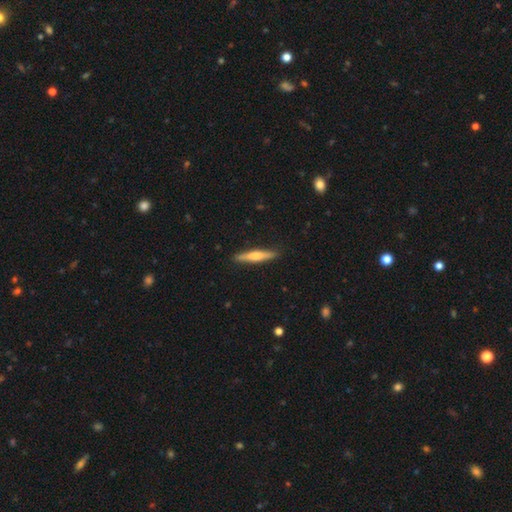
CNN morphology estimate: Smooth or featured? Predicted: featured or disk (p=0.50). Merging? Predicted: none (p=0.90).